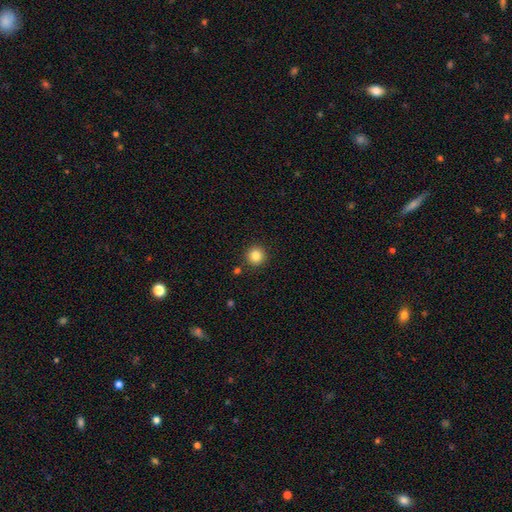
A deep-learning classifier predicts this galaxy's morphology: A smooth galaxy with no disk features (84%) that is round (95%).

Vote fractions:
- Smooth or featured? smooth: 84% / star or artifact: 11% / featured or disk: 5%
- How rounded? round: 95% / in between: 4% / cigar-shaped: 1%
- Merging? none: 89% / minor disturbance: 6% / merger: 3% / major disturbance: 2%